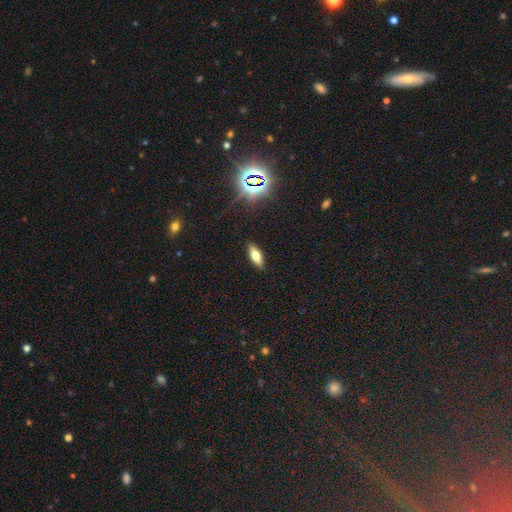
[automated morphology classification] Smooth or featured: smooth — 59% (featured or disk — 28%)
How rounded: in between — 61% (cigar-shaped — 36%)
Merging: none — 88% (minor disturbance — 8%)